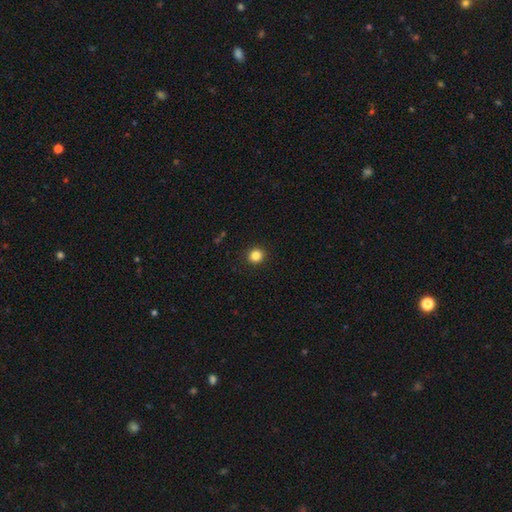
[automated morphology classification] Smooth or featured?
  - smooth: 84% *
  - star or artifact: 12%
  - featured or disk: 5%
How rounded?
  - round: 91% *
  - in between: 9%
  - cigar-shaped: 1%
Merging?
  - none: 92% *
  - minor disturbance: 5%
  - major disturbance: 2%
  - merger: 1%